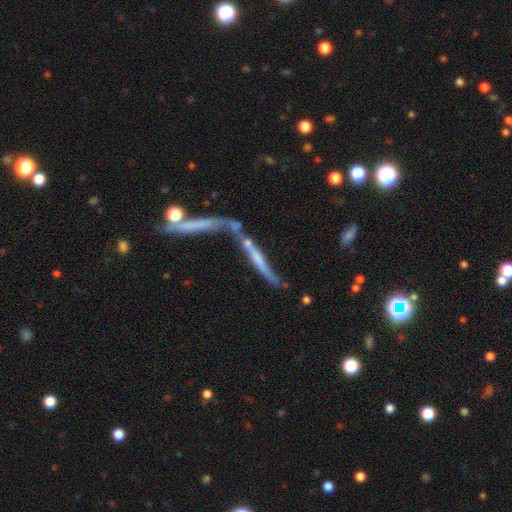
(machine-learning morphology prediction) Smooth or featured: featured or disk — 57% (smooth — 32%)
Edge-on disk: yes — 75% (no — 25%)
Merging: merger — 47% (none — 28%)